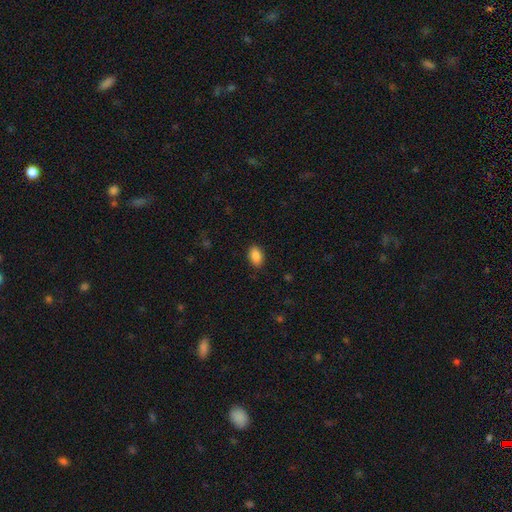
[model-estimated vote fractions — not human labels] Q: Smooth or featured?
A: smooth (89%); runner-up: star or artifact (8%)
Q: How rounded?
A: in between (89%); runner-up: round (10%)
Q: Merging?
A: none (88%); runner-up: minor disturbance (9%)